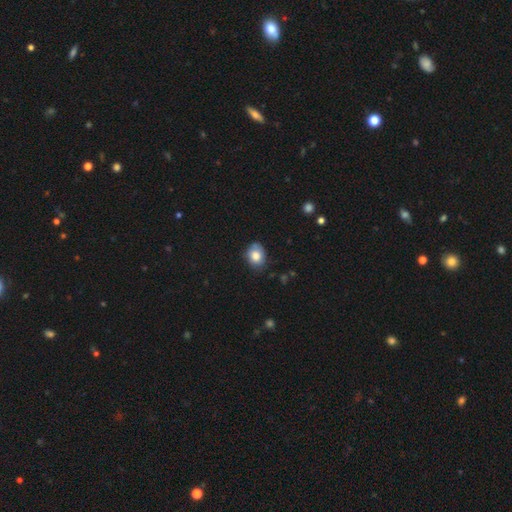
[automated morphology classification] This appears to be a smooth galaxy with no disk features (78%) that is in between round and cigar-shaped (51%). Merging: none (71%).